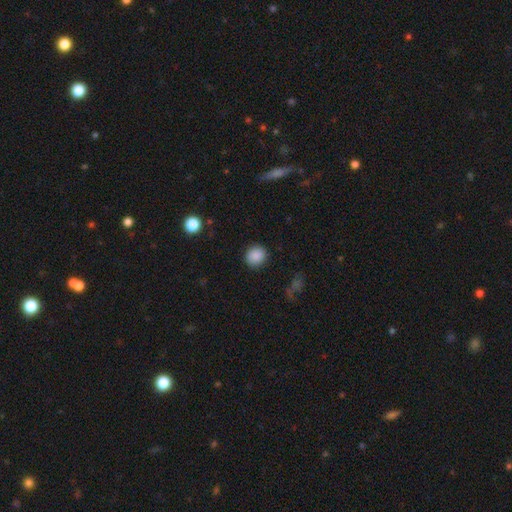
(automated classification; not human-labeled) Smooth or featured: smooth — 88% (star or artifact — 9%)
How rounded: round — 82% (in between — 17%)
Merging: none — 88% (minor disturbance — 8%)